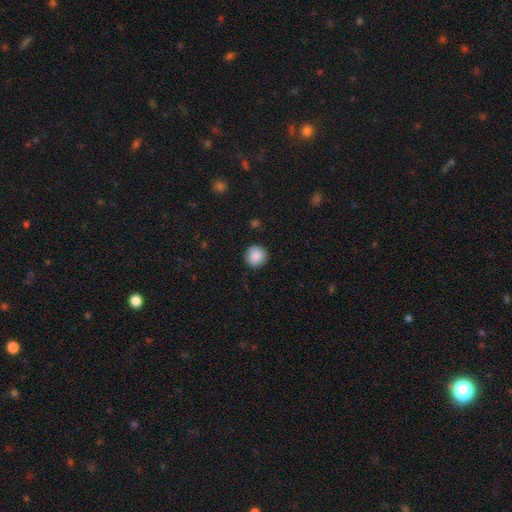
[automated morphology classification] Smooth or featured?
  - smooth: 89% *
  - star or artifact: 8%
  - featured or disk: 4%
How rounded?
  - round: 94% *
  - in between: 5%
  - cigar-shaped: 1%
Merging?
  - none: 89% *
  - minor disturbance: 8%
  - major disturbance: 2%
  - merger: 1%